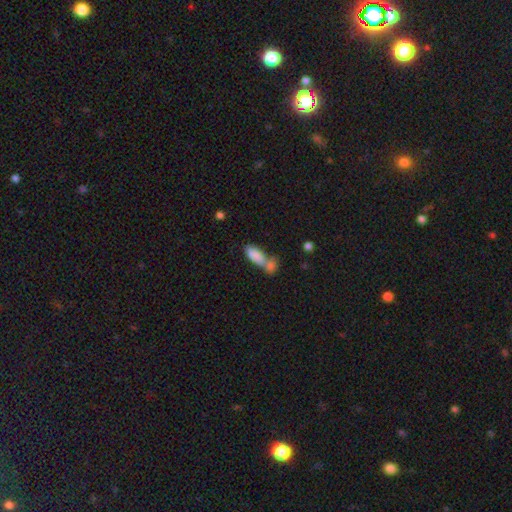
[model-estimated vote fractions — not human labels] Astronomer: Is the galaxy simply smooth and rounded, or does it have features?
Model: smooth — 83%.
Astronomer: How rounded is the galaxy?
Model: in between — 82%.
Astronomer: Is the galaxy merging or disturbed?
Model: merger — 63%.